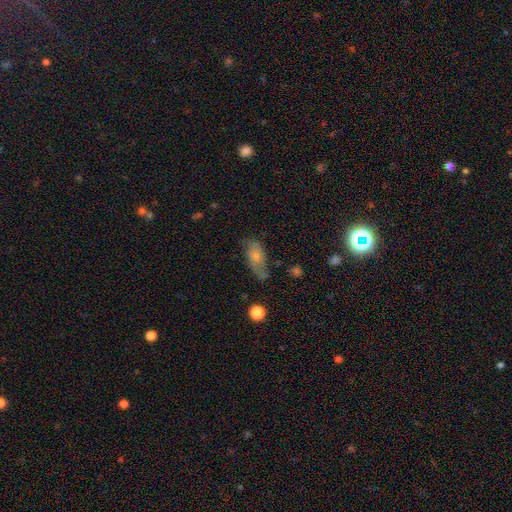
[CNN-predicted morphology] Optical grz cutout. It shows a smooth galaxy with no disk features (62%) that is in between round and cigar-shaped (86%). Merging: none (55%).